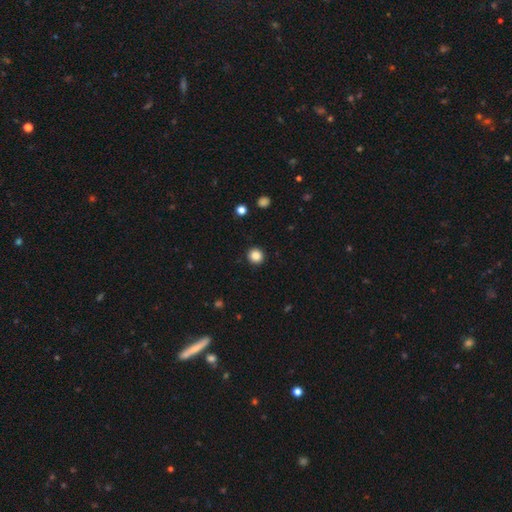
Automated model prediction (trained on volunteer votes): Smooth or featured: smooth — 86% (star or artifact — 11%)
How rounded: round — 91% (in between — 8%)
Merging: none — 92% (minor disturbance — 5%)